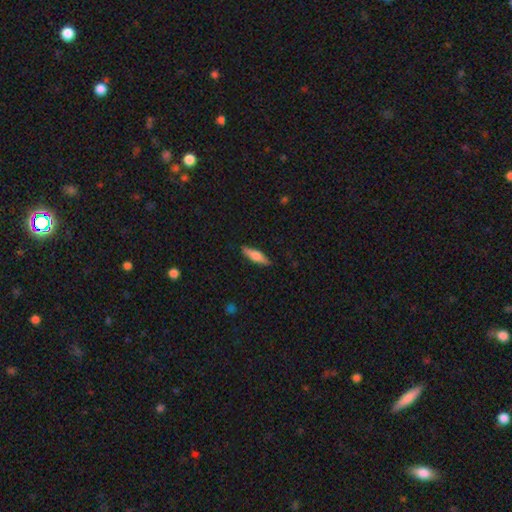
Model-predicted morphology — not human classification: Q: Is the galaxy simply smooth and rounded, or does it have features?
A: smooth — 59%.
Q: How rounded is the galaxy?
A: cigar-shaped — 67%.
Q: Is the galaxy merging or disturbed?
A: none — 88%.